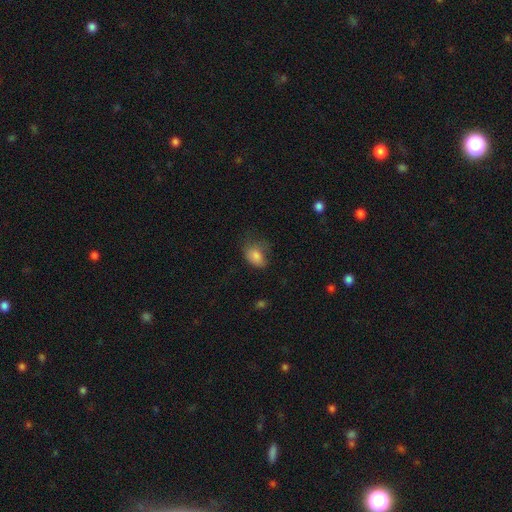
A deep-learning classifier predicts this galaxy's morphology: Smooth or featured?
  - smooth: 79% *
  - featured or disk: 11%
  - star or artifact: 10%
How rounded?
  - in between: 75% *
  - round: 24%
  - cigar-shaped: 1%
Merging?
  - none: 38% *
  - minor disturbance: 33%
  - major disturbance: 27%
  - merger: 2%